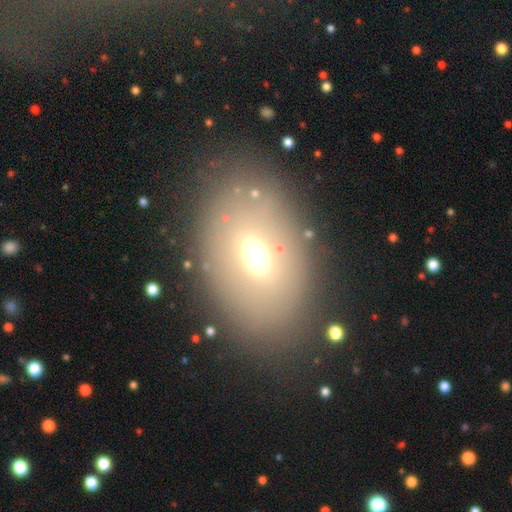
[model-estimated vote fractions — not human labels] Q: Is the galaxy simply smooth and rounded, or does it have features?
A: smooth — 60%.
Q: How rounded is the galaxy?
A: in between — 83%.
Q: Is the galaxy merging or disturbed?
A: none — 81%.